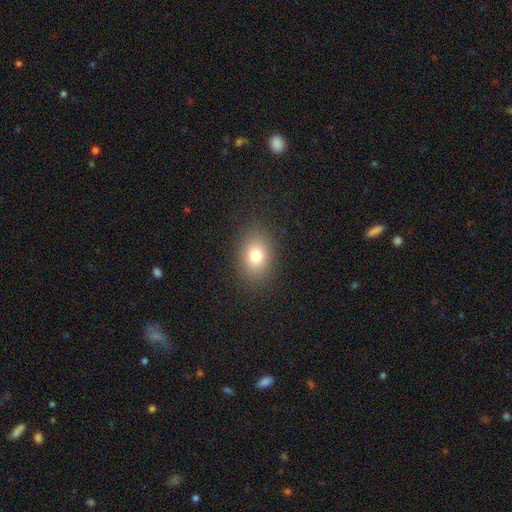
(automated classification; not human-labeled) Overall: smooth (79%). How rounded: in between (67%; round 32%). Merging: none (87%).